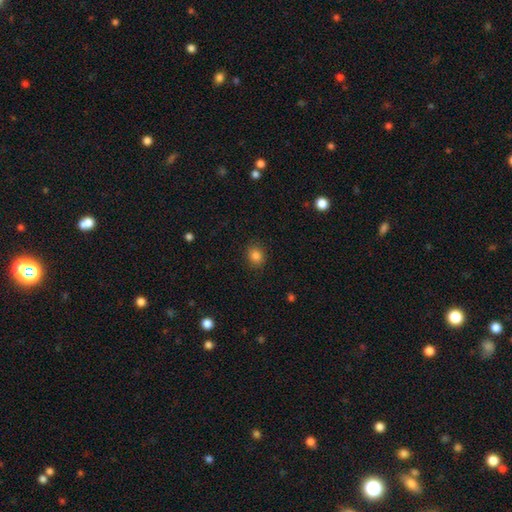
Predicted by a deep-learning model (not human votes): The model was most divided on "how rounded": round: 70%, in between: 29%, cigar-shaped: 1%. More confident: merging — none (88%); smooth or featured — smooth (84%).